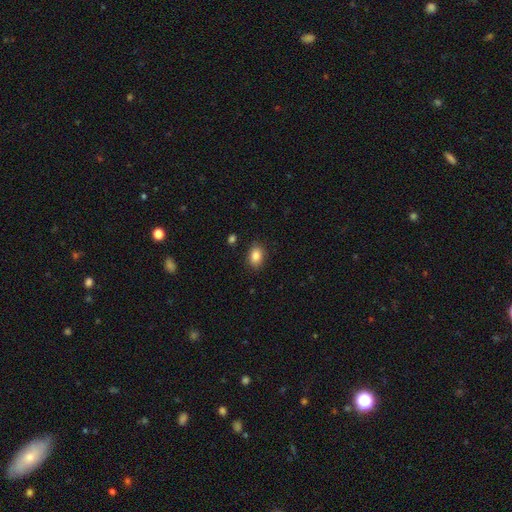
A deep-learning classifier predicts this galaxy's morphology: smooth-or-featured: smooth: 86% | star or artifact: 9% | featured or disk: 5%
  how-rounded: in between: 77% | round: 22% | cigar-shaped: 1%
  merging: none: 87% | minor disturbance: 10% | major disturbance: 2% | merger: 1%